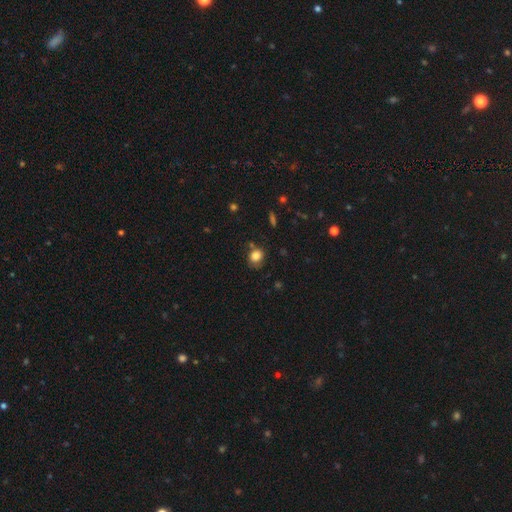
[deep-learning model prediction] Smooth or featured?
  - smooth: 83% *
  - star or artifact: 11%
  - featured or disk: 6%
How rounded?
  - round: 65% *
  - in between: 34%
  - cigar-shaped: 1%
Merging?
  - none: 68% *
  - minor disturbance: 20%
  - major disturbance: 6%
  - merger: 6%